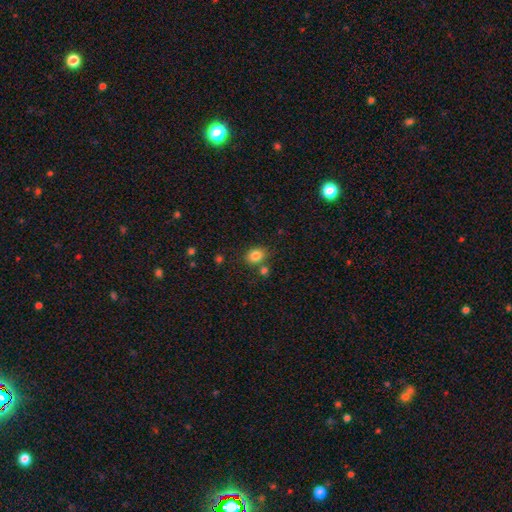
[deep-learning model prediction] Morphology: type=smooth (83%); roundness=in between (51%); merging=none (74%).